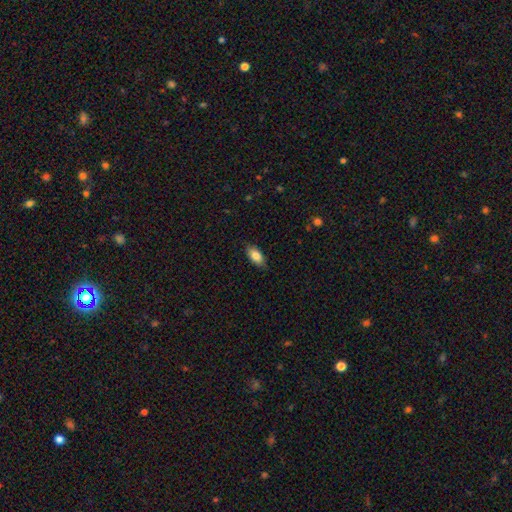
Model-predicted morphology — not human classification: smooth 84%, featured or disk 9%, star or artifact 7%. Down the decision tree: how rounded — in between (90%); merging — none (85%).